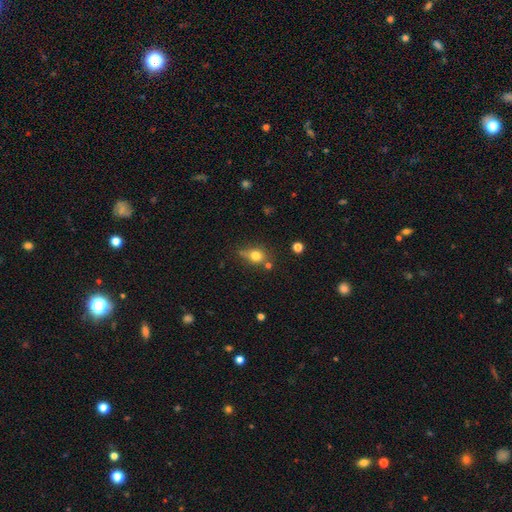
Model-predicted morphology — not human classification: This appears to be a smooth galaxy with no disk features (77%) that is round (60%). Merging: none (56%).